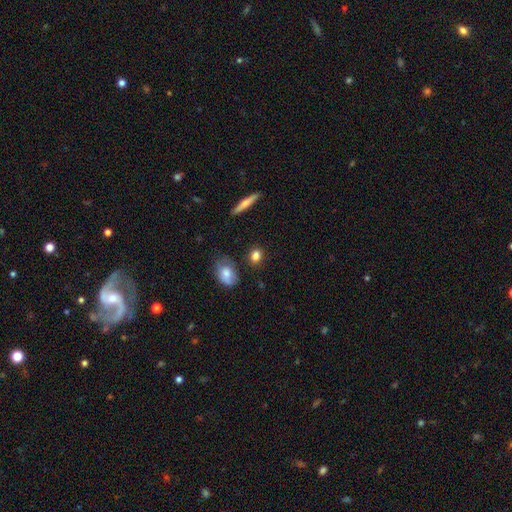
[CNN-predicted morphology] A smooth galaxy with no disk features (83%) that is round (50%).

Vote fractions:
- Smooth or featured? smooth: 83% / star or artifact: 9% / featured or disk: 8%
- How rounded? round: 50% / in between: 46% / cigar-shaped: 4%
- Merging? none: 79% / minor disturbance: 13% / merger: 4% / major disturbance: 4%